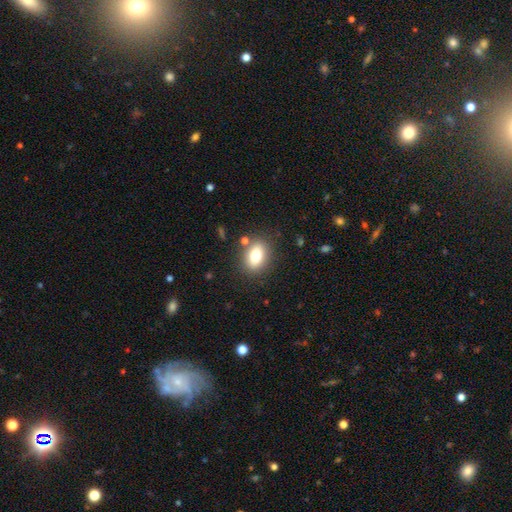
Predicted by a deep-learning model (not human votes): Q: Smooth or featured?
A: smooth (76%); runner-up: featured or disk (14%)
Q: How rounded?
A: in between (76%); runner-up: round (22%)
Q: Merging?
A: none (82%); runner-up: minor disturbance (10%)